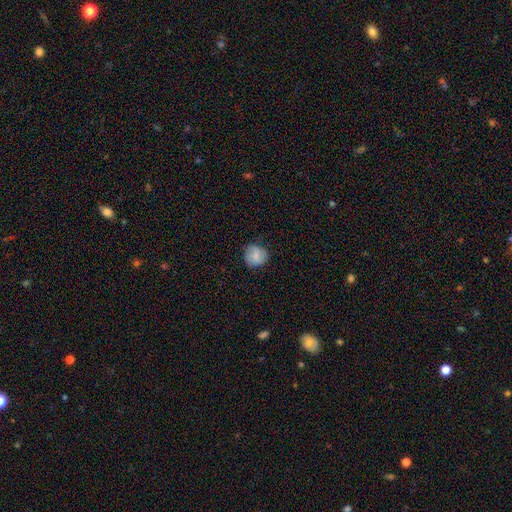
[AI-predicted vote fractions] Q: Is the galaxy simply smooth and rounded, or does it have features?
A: smooth — 76%.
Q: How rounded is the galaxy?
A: round — 87%.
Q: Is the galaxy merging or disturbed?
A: none — 75%.